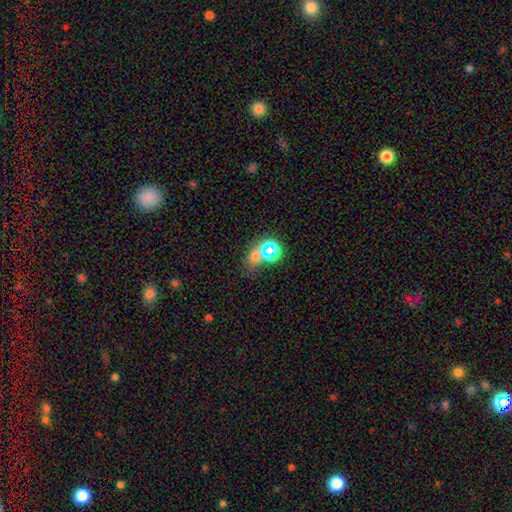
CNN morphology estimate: This appears to be a smooth galaxy with no disk features (47%). Merging: none (51%).